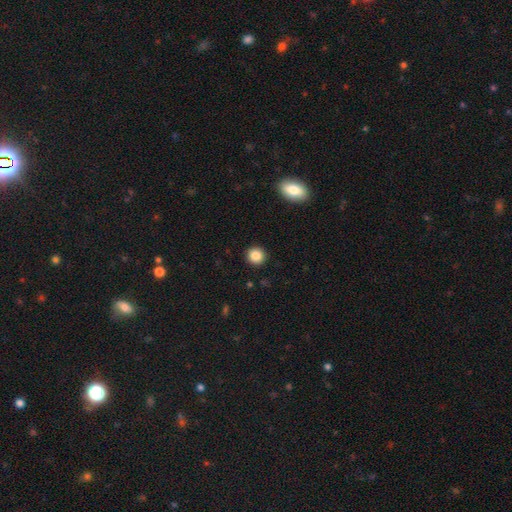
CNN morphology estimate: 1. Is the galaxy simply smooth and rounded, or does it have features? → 86% smooth, 10% star or artifact, 4% featured or disk.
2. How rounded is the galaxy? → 93% round, 6% in between, 1% cigar-shaped.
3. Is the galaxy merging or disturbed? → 93% none, 5% minor disturbance, 2% major disturbance, 1% merger.